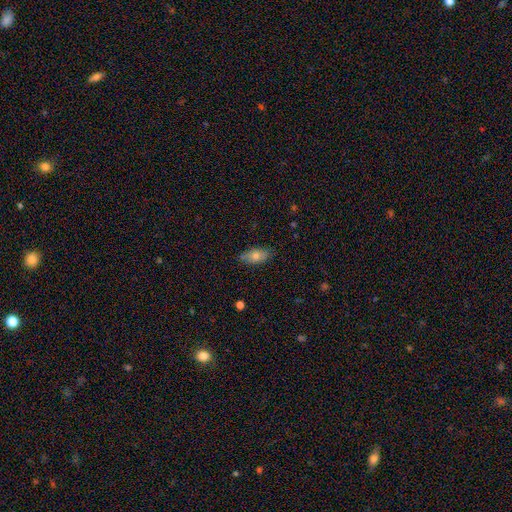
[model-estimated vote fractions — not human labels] smooth-or-featured: smooth: 71% | featured or disk: 21% | star or artifact: 8%
  how-rounded: in between: 88% | cigar-shaped: 8% | round: 4%
  merging: none: 81% | minor disturbance: 15% | major disturbance: 2% | merger: 1%